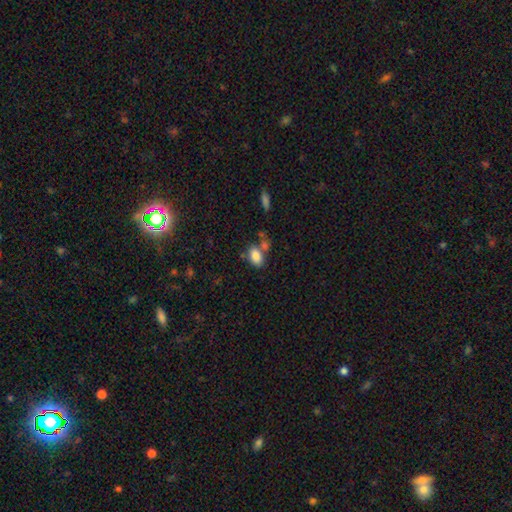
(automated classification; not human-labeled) Smooth or featured: smooth — 84% (star or artifact — 9%)
How rounded: in between — 88% (round — 10%)
Merging: none — 57% (merger — 23%)